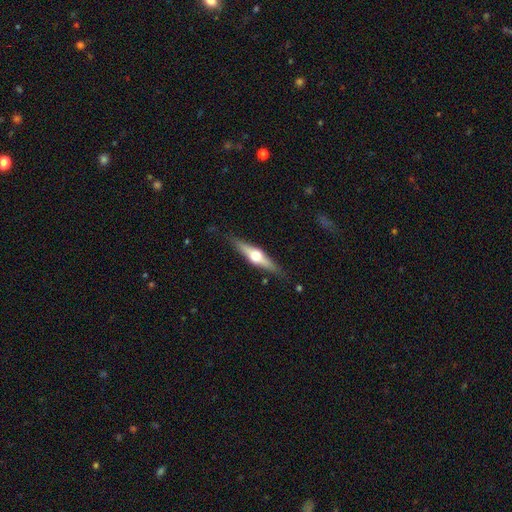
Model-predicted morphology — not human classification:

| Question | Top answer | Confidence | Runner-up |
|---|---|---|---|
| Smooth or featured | featured or disk | 67% | smooth (27%) |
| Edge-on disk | yes | 96% | no (4%) |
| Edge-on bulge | rounded | 95% | boxy (3%) |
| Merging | none | 86% | minor disturbance (10%) |